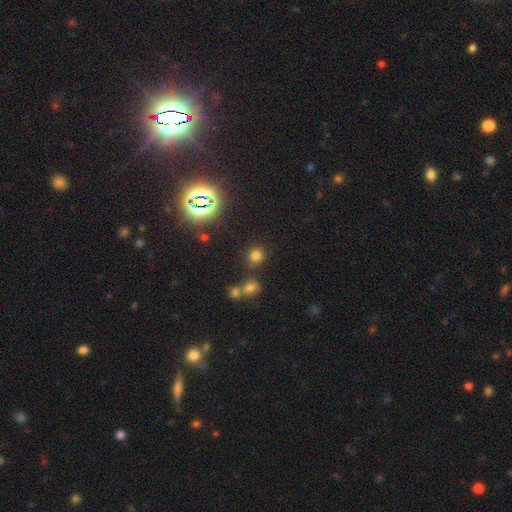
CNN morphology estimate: Overall: smooth (69%). How rounded: round (85%). Merging: none (74%).